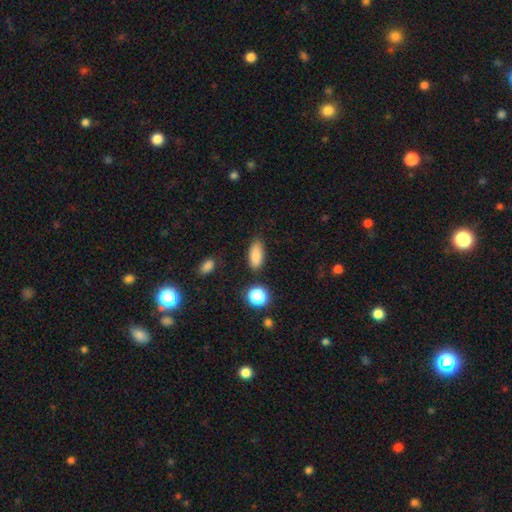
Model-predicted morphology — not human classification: Overall: smooth (85%). How rounded: in between (86%). Merging: none (80%).